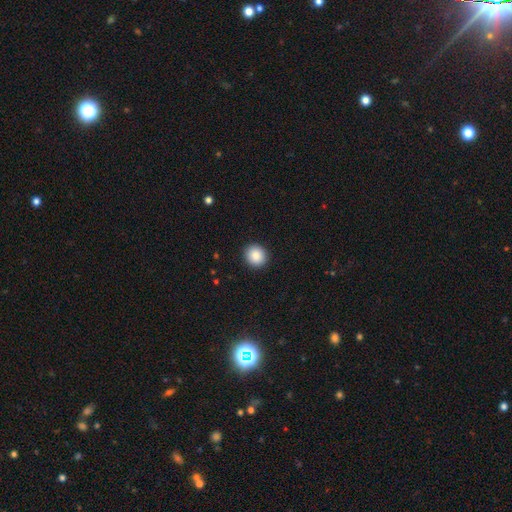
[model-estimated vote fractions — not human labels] A smooth galaxy with no disk features (87%) that is round (85%). Merging: none (92%).